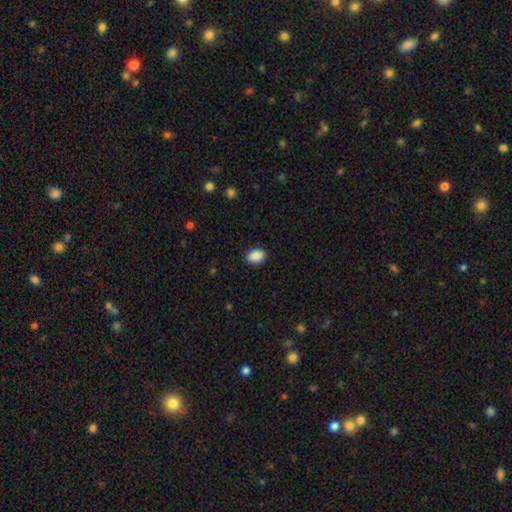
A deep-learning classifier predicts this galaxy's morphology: The model was most divided on "how rounded": in between: 85%, round: 14%, cigar-shaped: 1%. More confident: smooth or featured — smooth (90%); merging — none (88%).